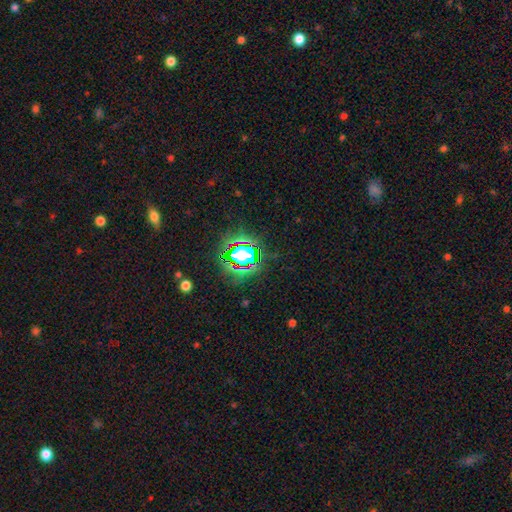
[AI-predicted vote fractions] Smooth or featured? star or artifact (81%)